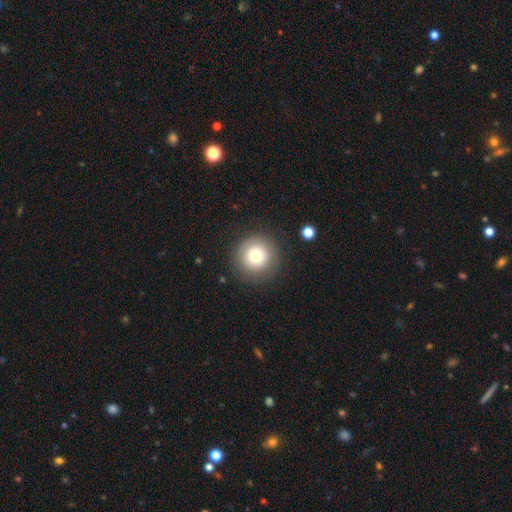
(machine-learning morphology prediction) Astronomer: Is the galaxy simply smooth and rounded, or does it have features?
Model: smooth — 78%.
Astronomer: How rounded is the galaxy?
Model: round — 96%.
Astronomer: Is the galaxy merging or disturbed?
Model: none — 87%.